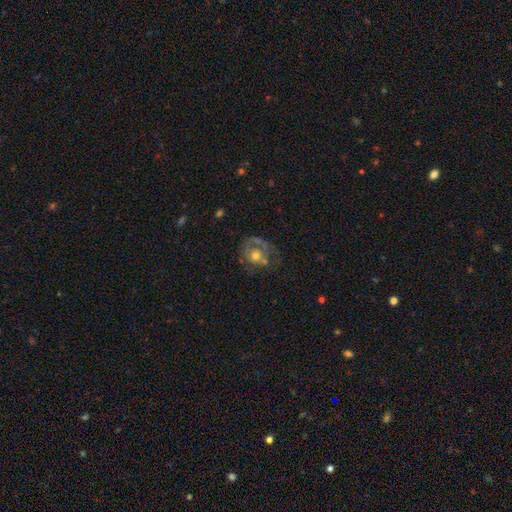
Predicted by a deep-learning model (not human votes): Smooth or featured: featured or disk — 52% (smooth — 40%)
Edge-on disk: no — 97% (yes — 3%)
Bar: no — 86% (weak — 11%)
Spiral arms: no — 60% (yes — 40%)
Bulge size: moderate — 68% (small — 16%)
Merging: none — 39% (major disturbance — 29%)